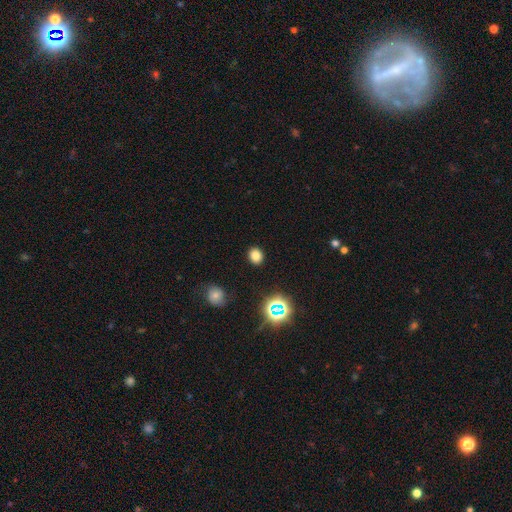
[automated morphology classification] smooth_or_featured: smooth (p=0.77) [alt: star or artifact p=0.18]
how_rounded: round (p=0.60) [alt: in between p=0.39]
merging: none (p=0.89) [alt: minor disturbance p=0.07]